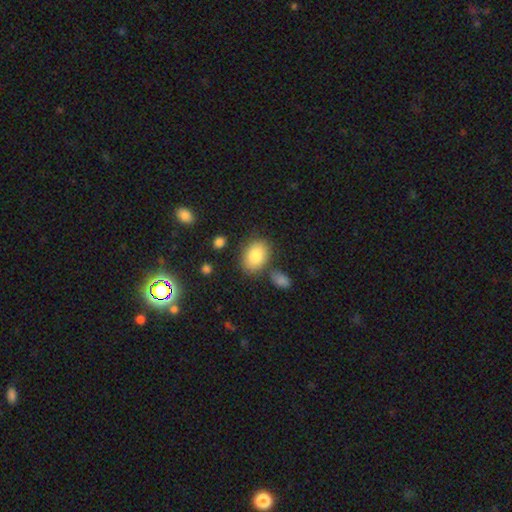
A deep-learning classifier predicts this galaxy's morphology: Smooth or featured? Predicted: smooth (p=0.82). How rounded? Predicted: in between (p=0.75). Merging? Predicted: none (p=0.73).